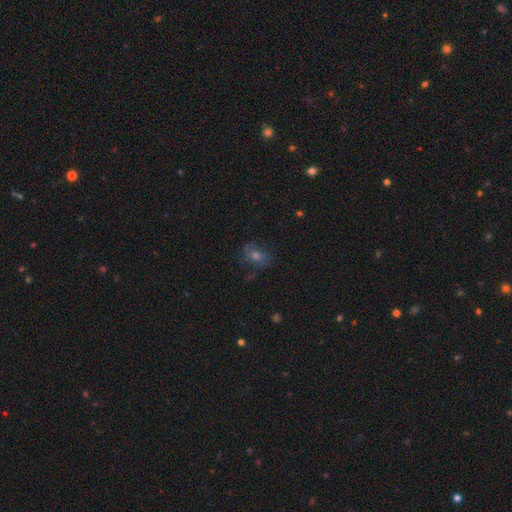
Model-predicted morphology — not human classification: Q: Smooth or featured?
A: smooth (43%); runner-up: featured or disk (32%)
Q: Merging?
A: none (69%); runner-up: minor disturbance (19%)